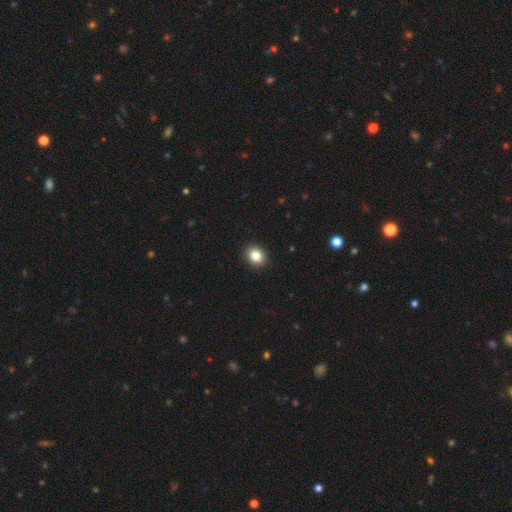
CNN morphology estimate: smooth_or_featured: smooth (p=0.84) [alt: star or artifact p=0.10]
how_rounded: round (p=0.62) [alt: in between p=0.37]
merging: none (p=0.92) [alt: minor disturbance p=0.05]